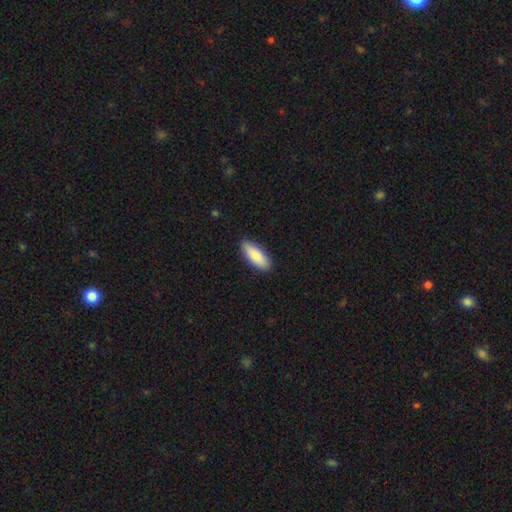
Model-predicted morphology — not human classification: Overall: smooth (87%). How rounded: in between (75%). Merging: none (89%).